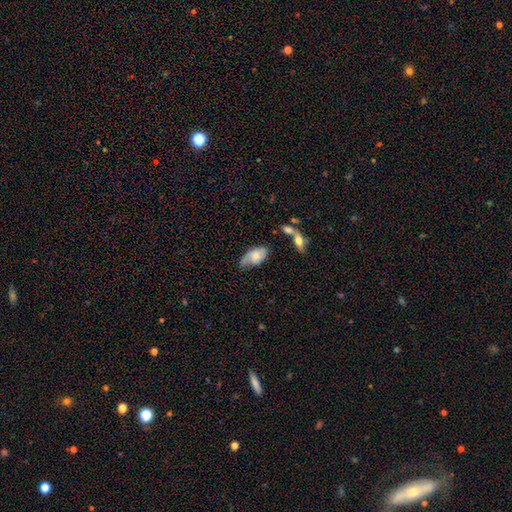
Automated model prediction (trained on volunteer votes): Q: Smooth or featured?
A: smooth (55%); runner-up: featured or disk (38%)
Q: How rounded?
A: in between (92%); runner-up: round (5%)
Q: Merging?
A: none (47%); runner-up: minor disturbance (36%)